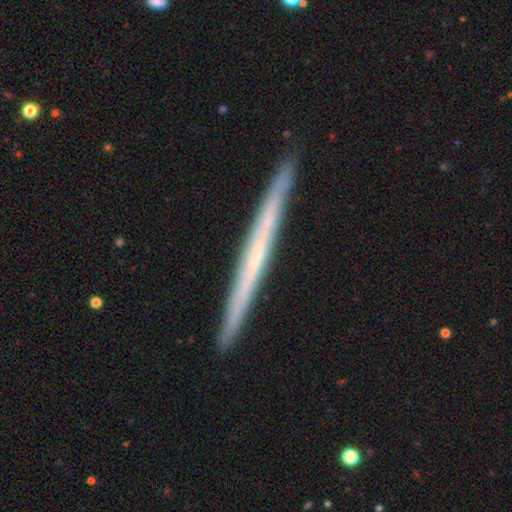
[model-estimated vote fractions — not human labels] Overall: featured or disk (63%; smooth 30%). Edge-on disk: yes (97%). Edge-on bulge: none (87%). Merging: none (91%).